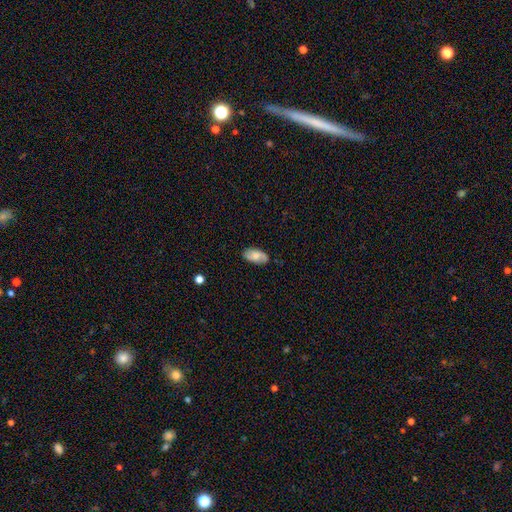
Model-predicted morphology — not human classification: A smooth galaxy with no disk features (62%) that is in between round and cigar-shaped (93%).

Vote fractions:
- Smooth or featured? smooth: 62% / featured or disk: 31% / star or artifact: 7%
- How rounded? in between: 93% / round: 4% / cigar-shaped: 3%
- Merging? none: 82% / minor disturbance: 14% / major disturbance: 3% / merger: 1%